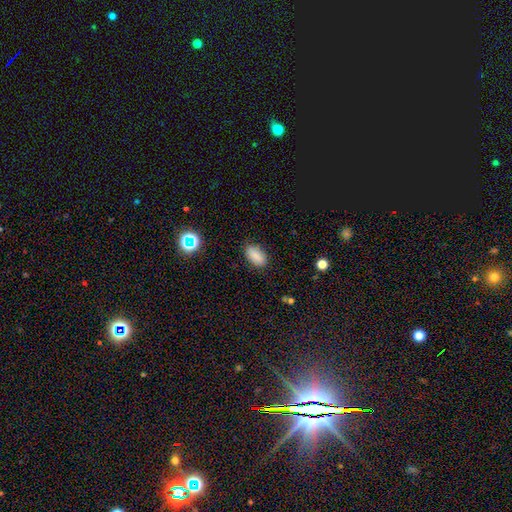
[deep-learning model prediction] Smooth or featured? Predicted: smooth (p=0.86). How rounded? Predicted: in between (p=0.91). Merging? Predicted: none (p=0.84).